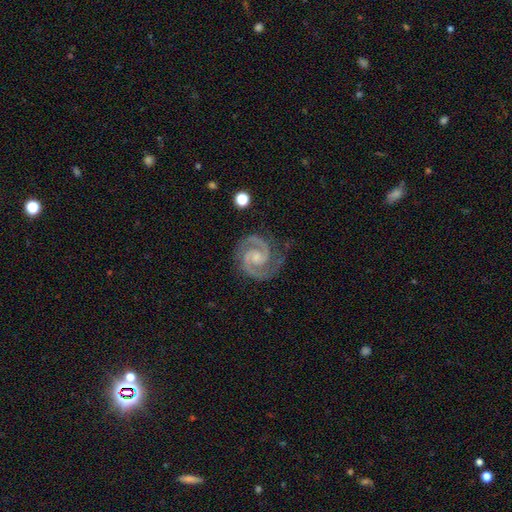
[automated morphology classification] Smooth or featured? Predicted: featured or disk (p=0.94). Edge-on disk? Predicted: no (p=0.98). Bar? Predicted: no (p=0.55). Spiral arms? Predicted: yes (p=0.99). Spiral winding? Predicted: tight (p=0.52). Spiral arm count? Predicted: 2 (p=0.94). Bulge size? Predicted: small (p=0.54). Merging? Predicted: none (p=0.80).